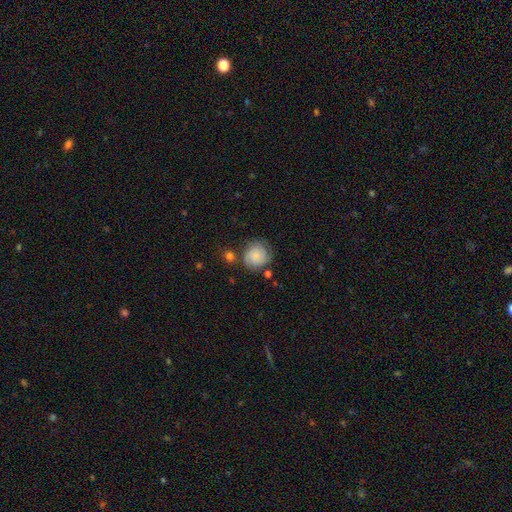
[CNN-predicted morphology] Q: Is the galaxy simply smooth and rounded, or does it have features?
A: smooth — 57%.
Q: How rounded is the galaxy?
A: round — 83%.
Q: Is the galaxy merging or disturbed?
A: none — 64%.